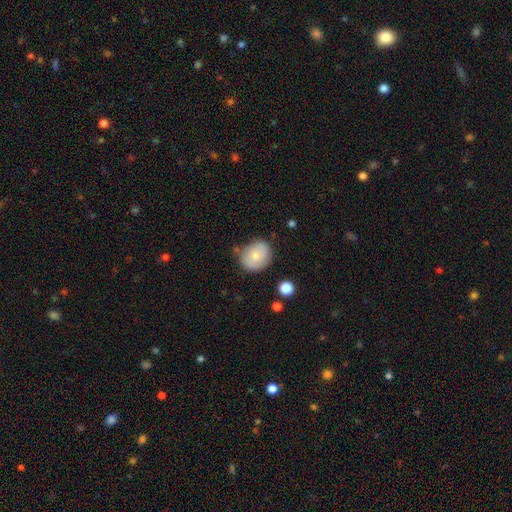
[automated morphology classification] Q: Smooth or featured?
A: smooth (74%); runner-up: featured or disk (18%)
Q: How rounded?
A: round (61%); runner-up: in between (38%)
Q: Merging?
A: none (71%); runner-up: minor disturbance (20%)